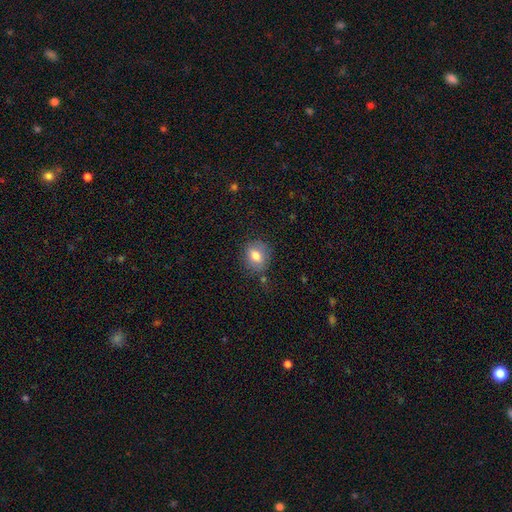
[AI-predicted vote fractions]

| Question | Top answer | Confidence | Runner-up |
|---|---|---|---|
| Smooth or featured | smooth | 77% | featured or disk (13%) |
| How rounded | round | 59% | in between (40%) |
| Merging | none | 79% | minor disturbance (14%) |